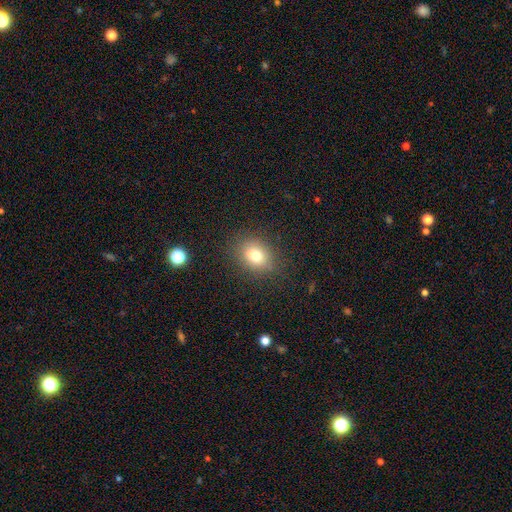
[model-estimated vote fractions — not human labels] smooth 70%, featured or disk 17%, star or artifact 13%. Down the decision tree: how rounded — round (52%); merging — none (61%).